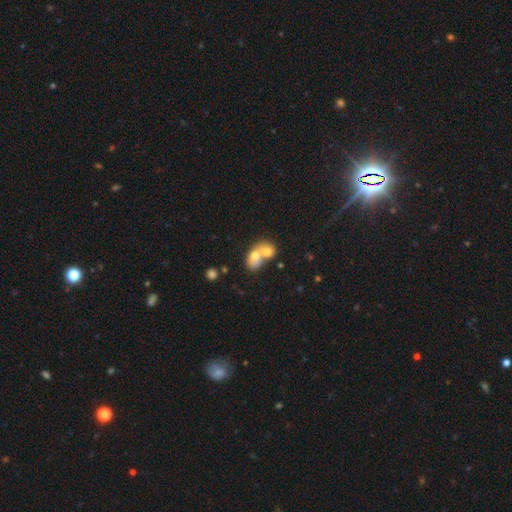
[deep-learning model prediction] Q: Smooth or featured?
A: smooth (66%); runner-up: featured or disk (26%)
Q: How rounded?
A: in between (59%); runner-up: round (40%)
Q: Merging?
A: merger (78%); runner-up: none (15%)